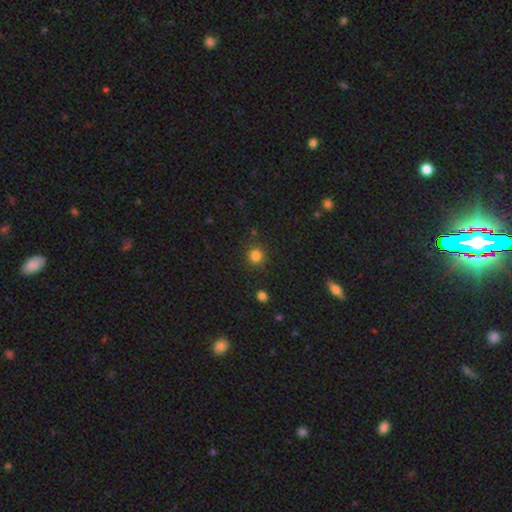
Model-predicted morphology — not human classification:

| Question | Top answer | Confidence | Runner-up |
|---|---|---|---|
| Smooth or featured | smooth | 83% | star or artifact (13%) |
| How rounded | round | 90% | in between (9%) |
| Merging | none | 87% | minor disturbance (8%) |